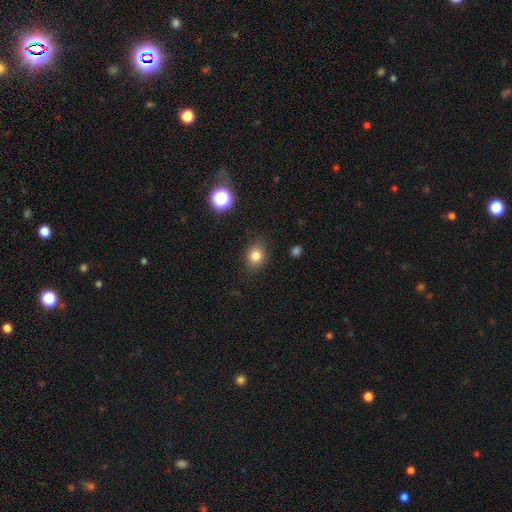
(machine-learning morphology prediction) type=smooth (82%); roundness=round (56%); merging=none (84%).